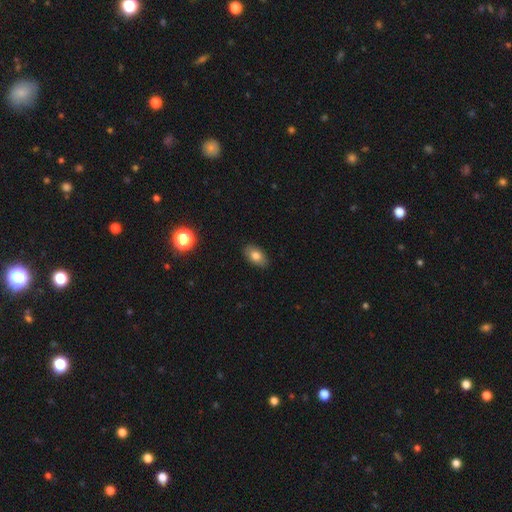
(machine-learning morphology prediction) Smooth or featured: smooth — 78% (featured or disk — 13%)
How rounded: in between — 90% (round — 9%)
Merging: none — 88% (minor disturbance — 9%)